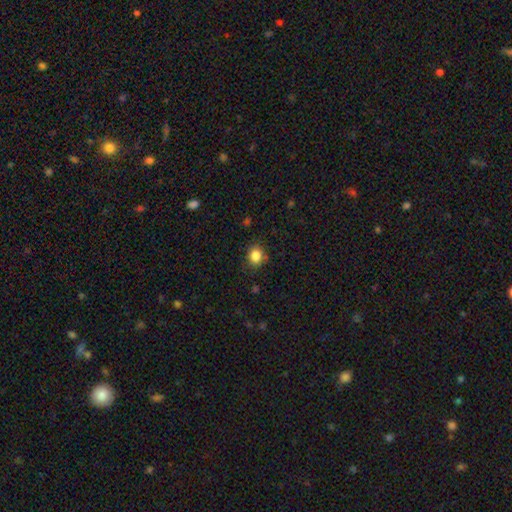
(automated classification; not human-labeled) smooth_or_featured: smooth (p=0.85) [alt: star or artifact p=0.10]
how_rounded: round (p=0.66) [alt: in between p=0.33]
merging: none (p=0.82) [alt: minor disturbance p=0.13]